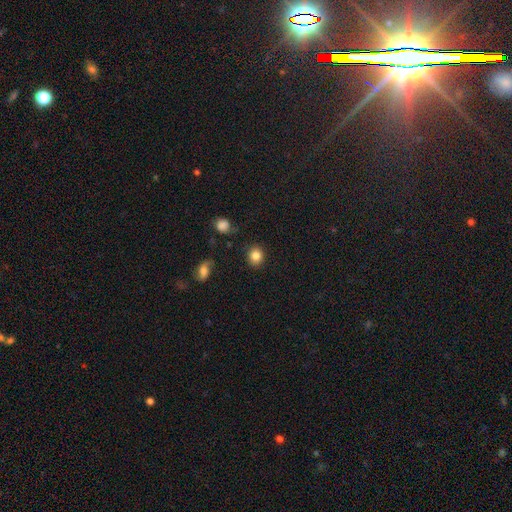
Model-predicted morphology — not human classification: Q: Smooth or featured?
A: smooth (84%); runner-up: star or artifact (10%)
Q: How rounded?
A: round (77%); runner-up: in between (22%)
Q: Merging?
A: none (87%); runner-up: minor disturbance (8%)